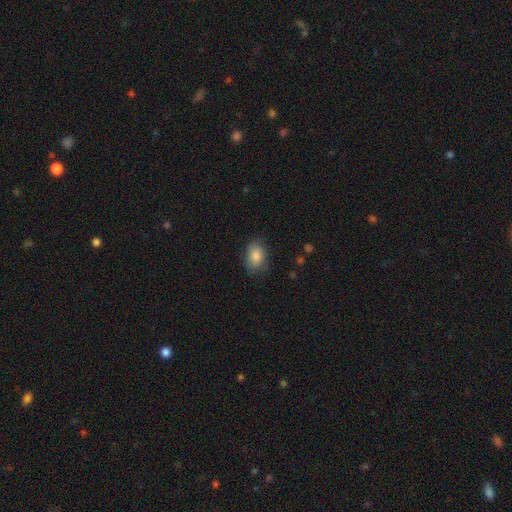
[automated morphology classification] This is clearly a smooth galaxy (84%). How rounded: likely in between (78%). Merging: likely none (77%).